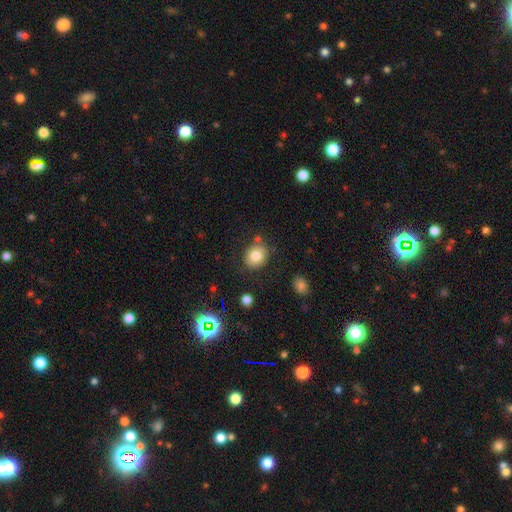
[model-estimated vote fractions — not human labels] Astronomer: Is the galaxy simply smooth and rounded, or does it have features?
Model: smooth — 80%.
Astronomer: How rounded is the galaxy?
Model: round — 61% (runner-up: in between, 38%).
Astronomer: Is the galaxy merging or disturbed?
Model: none — 79%.